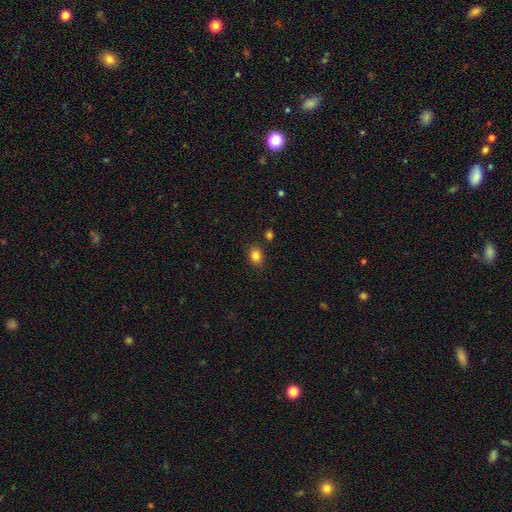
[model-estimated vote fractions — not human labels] Q: Smooth or featured?
A: smooth (83%); runner-up: star or artifact (11%)
Q: How rounded?
A: round (51%); runner-up: in between (48%)
Q: Merging?
A: none (83%); runner-up: minor disturbance (10%)